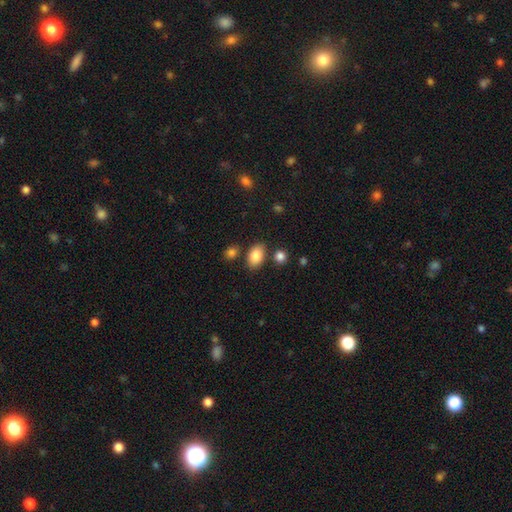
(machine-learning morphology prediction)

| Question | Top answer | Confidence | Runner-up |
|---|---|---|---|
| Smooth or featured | smooth | 85% | star or artifact (8%) |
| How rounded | in between | 86% | round (13%) |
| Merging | none | 78% | minor disturbance (11%) |